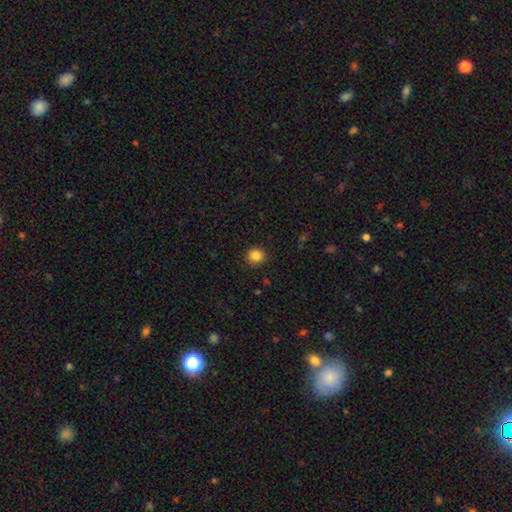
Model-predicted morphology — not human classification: This appears to be a smooth galaxy with no disk features (85%) that is round (89%). Merging: none (91%).